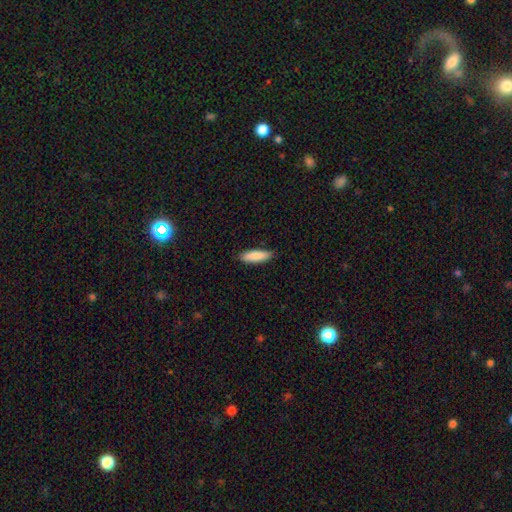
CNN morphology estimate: This appears to be a smooth galaxy with no disk features (88%) that is cigar-shaped (56%). Merging: none (87%).